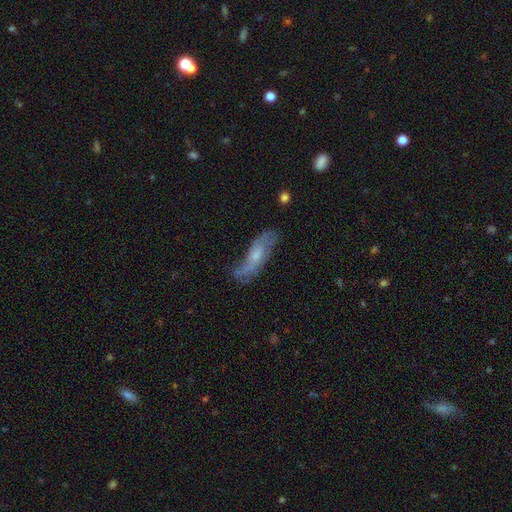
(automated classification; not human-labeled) Morphology: type=featured or disk (61%); edge-on=no (78%); merging=none (55%).